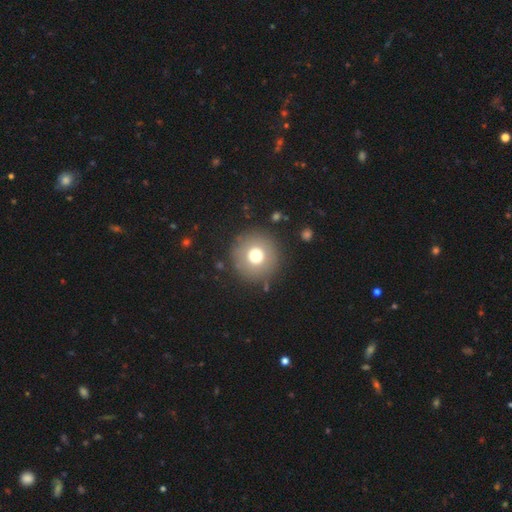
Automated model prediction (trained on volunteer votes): Smooth or featured?
  - smooth: 71% *
  - featured or disk: 17%
  - star or artifact: 12%
How rounded?
  - round: 96% *
  - in between: 3%
  - cigar-shaped: 1%
Merging?
  - none: 88% *
  - minor disturbance: 7%
  - major disturbance: 4%
  - merger: 2%